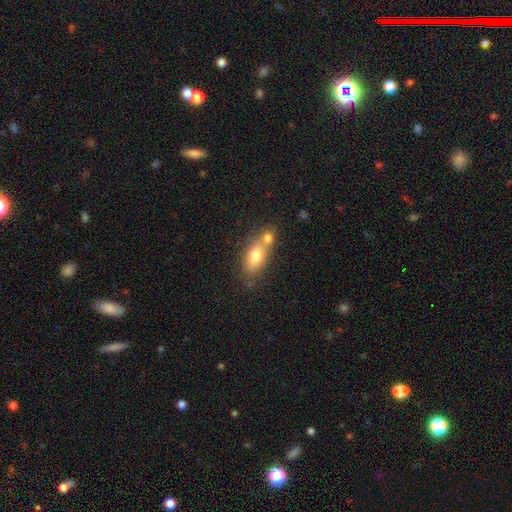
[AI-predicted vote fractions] smooth_or_featured: smooth (p=0.73) [alt: featured or disk p=0.19]
how_rounded: in between (p=0.78) [alt: round p=0.13]
merging: merger (p=0.51) [alt: none p=0.35]